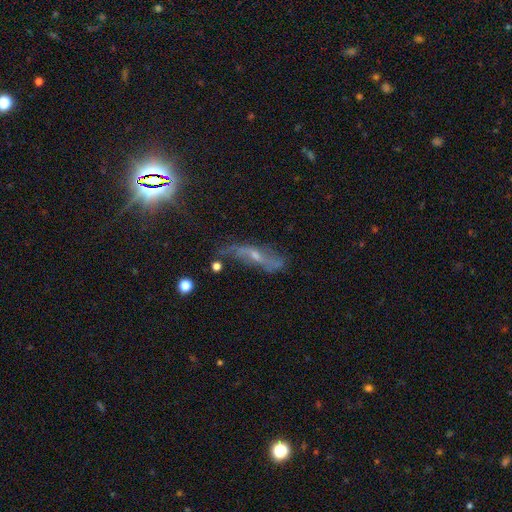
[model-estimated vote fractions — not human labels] Smooth or featured: featured or disk — 69% (smooth — 16%)
Edge-on disk: no — 76% (yes — 24%)
Bar: no — 43% (weak — 38%)
Spiral arms: yes — 83% (no — 17%)
Bulge size: small — 59% (moderate — 33%)
Merging: none — 54% (minor disturbance — 25%)